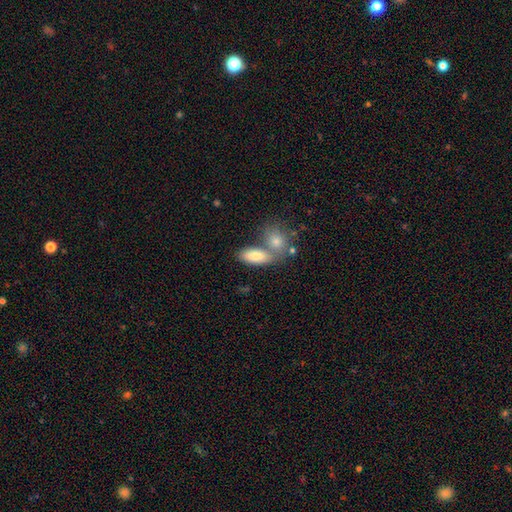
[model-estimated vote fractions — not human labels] The model was most divided on "merging": none: 44%, merger: 42%, minor disturbance: 10%, major disturbance: 4%. More confident: how rounded — in between (84%); smooth or featured — smooth (82%).